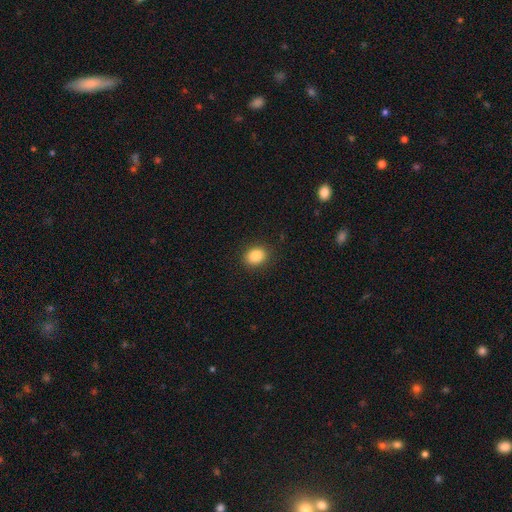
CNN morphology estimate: smooth 85%, star or artifact 10%, featured or disk 6%. Down the decision tree: how rounded — round (55%); merging — none (90%).